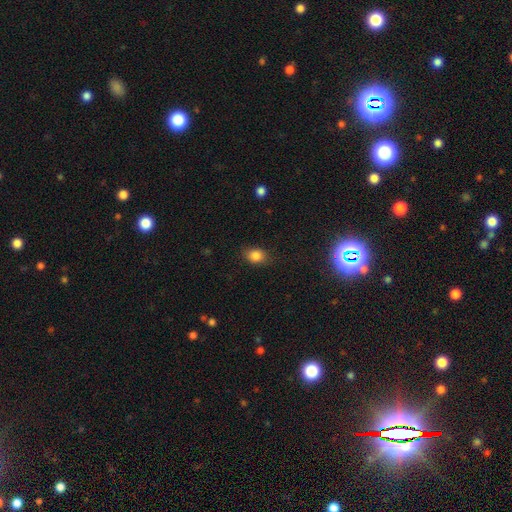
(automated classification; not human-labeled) Overall: smooth (83%). How rounded: in between (58%; round 41%). Merging: none (81%).